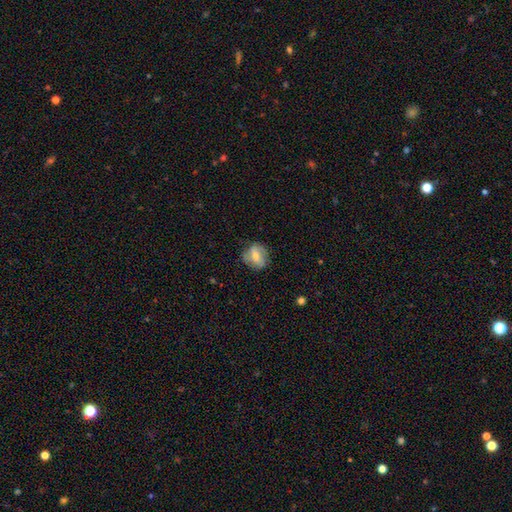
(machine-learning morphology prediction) Smooth or featured? smooth (50%)
How rounded? round (58%)
Merging? none (69%)